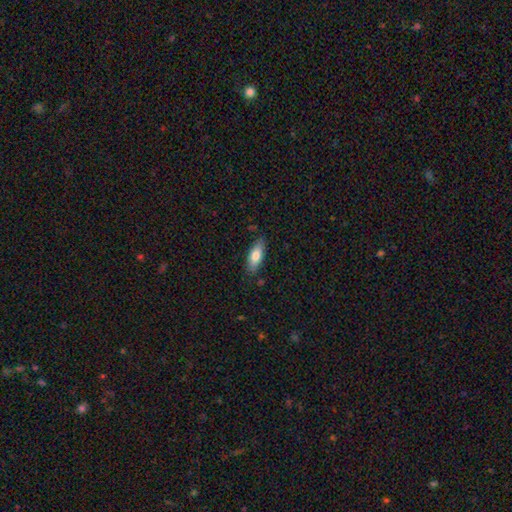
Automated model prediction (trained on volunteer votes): This is likely a smooth galaxy (74%). How rounded: likely in between (67%). Merging: clearly none (84%).